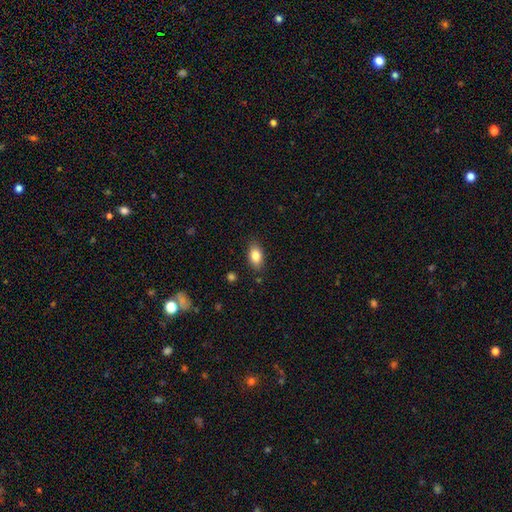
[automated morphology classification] Smooth or featured?
  - smooth: 84% *
  - featured or disk: 9%
  - star or artifact: 8%
How rounded?
  - in between: 89% *
  - round: 8%
  - cigar-shaped: 3%
Merging?
  - none: 85% *
  - minor disturbance: 11%
  - major disturbance: 2%
  - merger: 2%